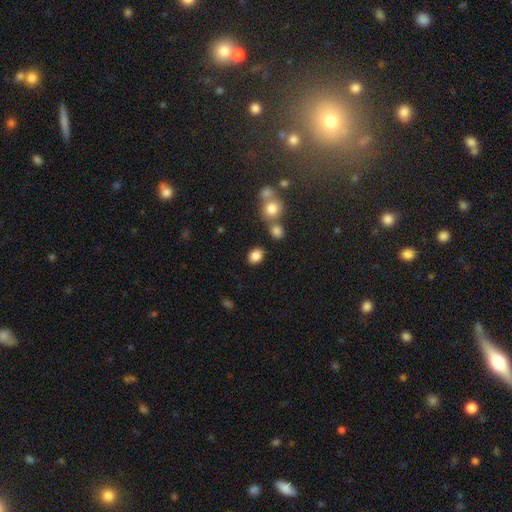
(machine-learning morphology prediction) The model was most divided on "how rounded": in between: 66%, round: 33%, cigar-shaped: 1%. More confident: smooth or featured — smooth (85%); merging — none (79%).